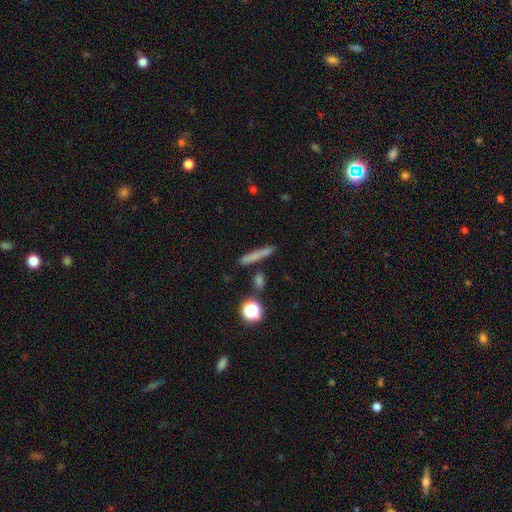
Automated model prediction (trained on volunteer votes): smooth 67%, featured or disk 20%, star or artifact 13%. Down the decision tree: how rounded — cigar-shaped (86%); merging — none (79%).